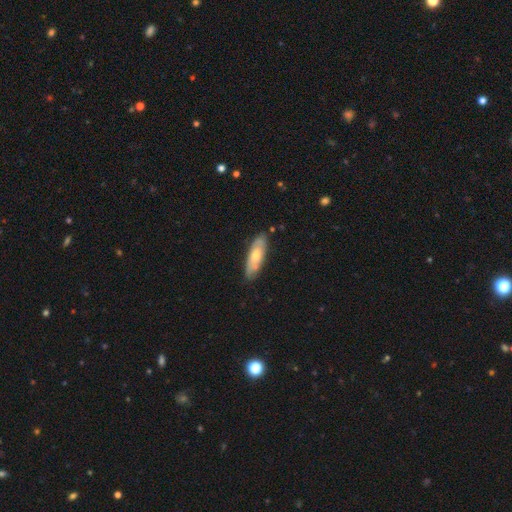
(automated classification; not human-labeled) smooth-or-featured: smooth: 58% | featured or disk: 37% | star or artifact: 6%
  how-rounded: in between: 56% | cigar-shaped: 43% | round: 2%
  merging: none: 78% | minor disturbance: 16% | major disturbance: 3% | merger: 2%